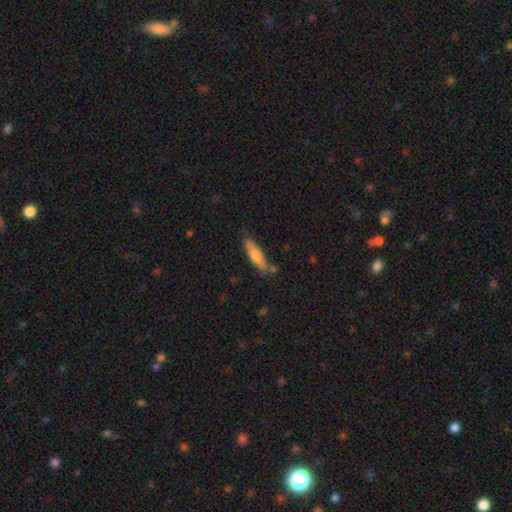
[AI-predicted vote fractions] Morphology: type=smooth (64%); roundness=cigar-shaped (77%); merging=none (72%).